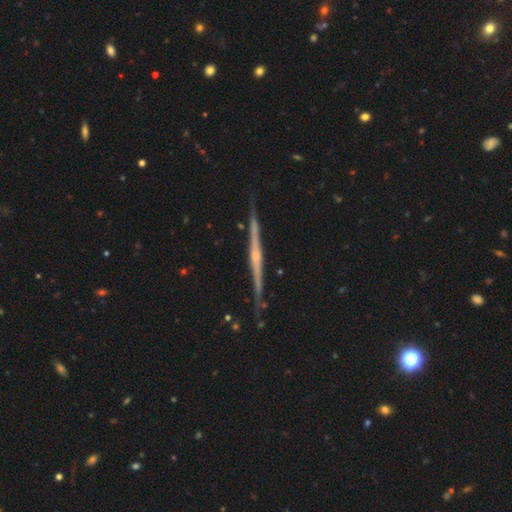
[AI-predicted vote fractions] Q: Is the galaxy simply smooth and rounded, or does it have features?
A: featured or disk — 84%.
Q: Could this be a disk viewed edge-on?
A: yes — 98%.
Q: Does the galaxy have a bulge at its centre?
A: rounded — 59%.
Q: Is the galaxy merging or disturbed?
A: none — 86%.